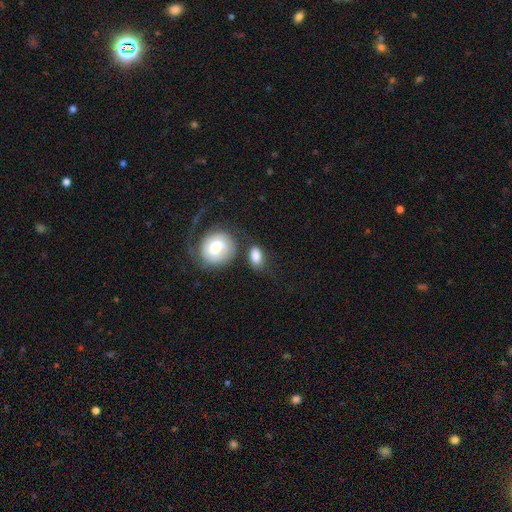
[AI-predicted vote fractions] The model was most divided on "merging": none: 56%, minor disturbance: 20%, merger: 15%, major disturbance: 9%. More confident: smooth or featured — smooth (81%); how rounded — in between (79%).